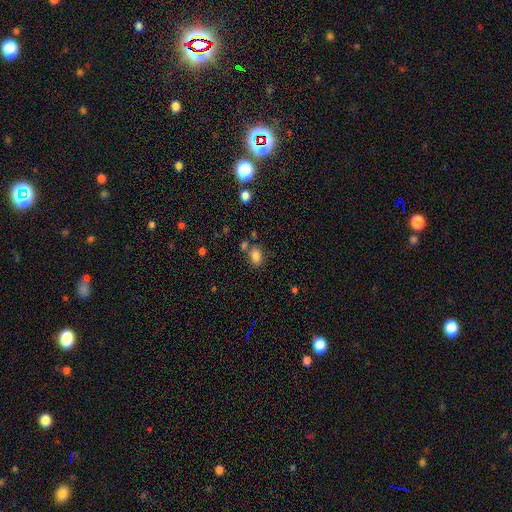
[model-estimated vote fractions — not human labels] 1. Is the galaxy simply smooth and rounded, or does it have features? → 82% smooth, 12% star or artifact, 6% featured or disk.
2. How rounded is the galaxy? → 73% in between, 26% round, 1% cigar-shaped.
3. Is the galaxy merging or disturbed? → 63% none, 18% merger, 14% minor disturbance, 5% major disturbance.